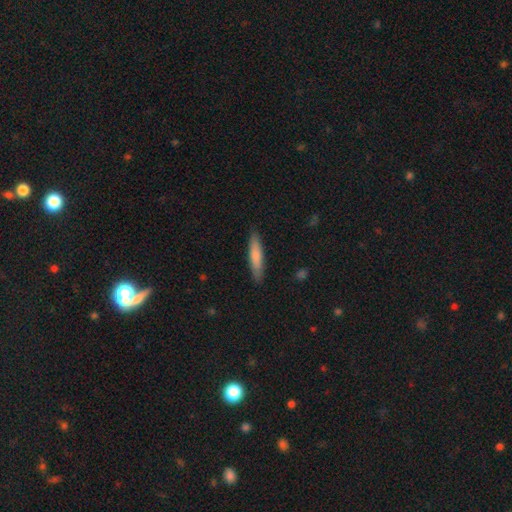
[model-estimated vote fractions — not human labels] Smooth or featured? smooth (76%)
How rounded? cigar-shaped (84%)
Merging? none (88%)